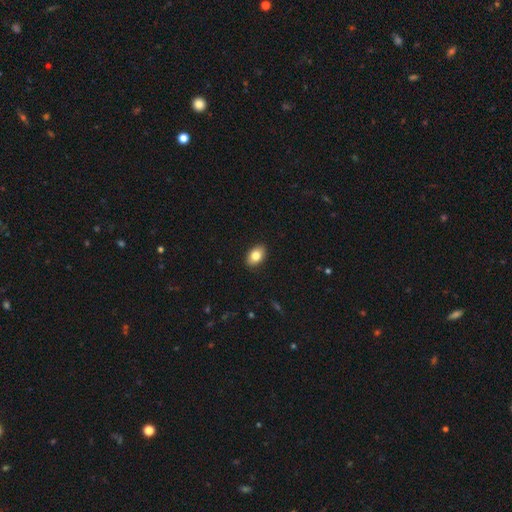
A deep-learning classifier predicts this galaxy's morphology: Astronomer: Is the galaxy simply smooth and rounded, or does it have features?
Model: smooth — 82%.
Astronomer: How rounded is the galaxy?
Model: in between — 88%.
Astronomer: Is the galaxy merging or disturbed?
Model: none — 90%.